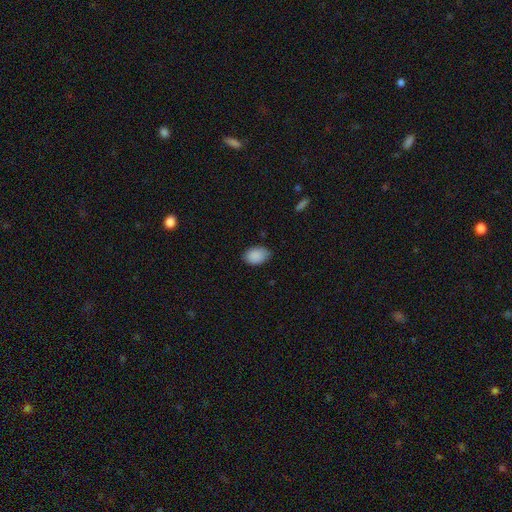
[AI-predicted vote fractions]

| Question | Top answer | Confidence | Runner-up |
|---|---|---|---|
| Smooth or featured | smooth | 89% | star or artifact (7%) |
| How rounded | in between | 85% | round (14%) |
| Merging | none | 75% | minor disturbance (21%) |